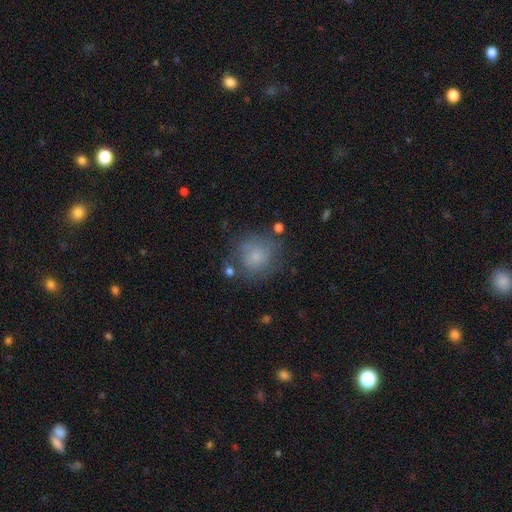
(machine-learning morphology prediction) Q: Smooth or featured?
A: smooth (70%); runner-up: featured or disk (19%)
Q: How rounded?
A: round (86%); runner-up: in between (13%)
Q: Merging?
A: none (64%); runner-up: minor disturbance (20%)